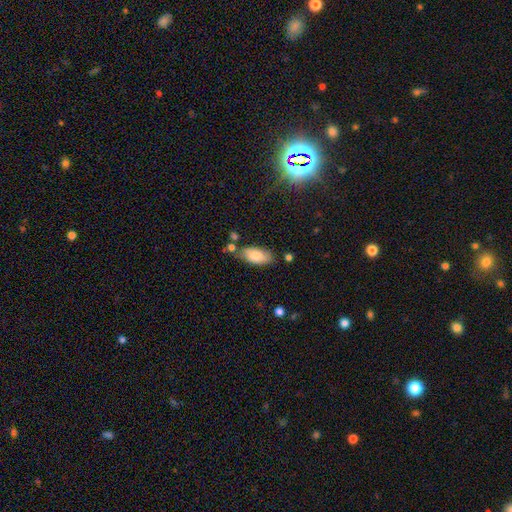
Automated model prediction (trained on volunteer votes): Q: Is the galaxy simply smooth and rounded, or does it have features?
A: smooth — 82%.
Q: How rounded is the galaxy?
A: in between — 90%.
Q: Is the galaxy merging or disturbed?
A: none — 67%.